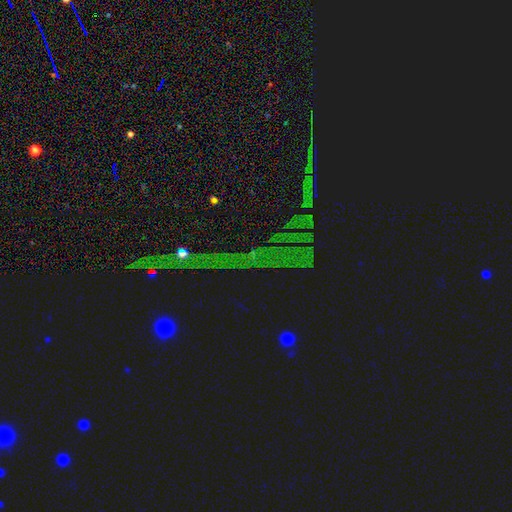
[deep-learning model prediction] Smooth or featured: star or artifact — 83% (smooth — 9%)